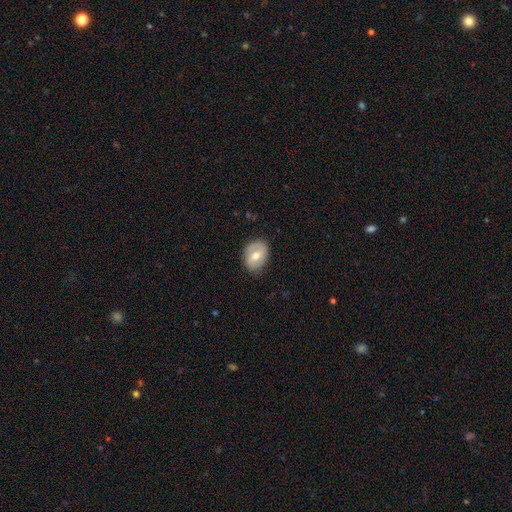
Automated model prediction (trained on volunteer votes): smooth 53%, featured or disk 41%, star or artifact 7%. Down the decision tree: how rounded — in between (69%); merging — none (79%).